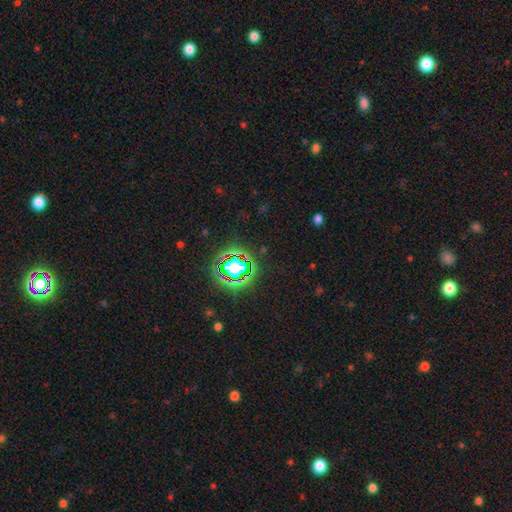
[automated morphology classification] Smooth or featured? star or artifact (81%)